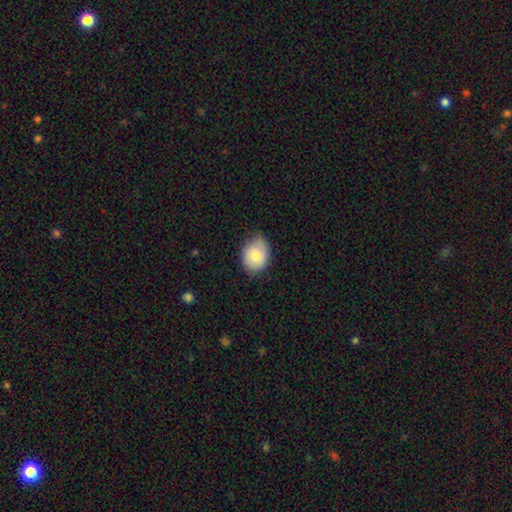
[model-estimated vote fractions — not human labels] Smooth or featured? Predicted: smooth (p=0.74). How rounded? Predicted: in between (p=0.55). Merging? Predicted: none (p=0.67).